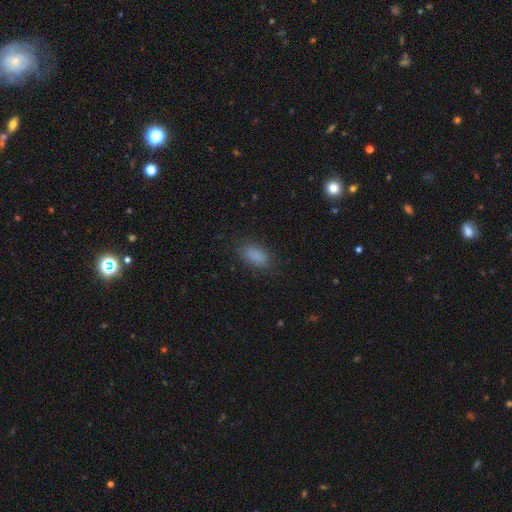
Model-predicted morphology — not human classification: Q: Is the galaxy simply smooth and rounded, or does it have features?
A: smooth — 87%.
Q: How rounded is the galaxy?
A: in between — 89%.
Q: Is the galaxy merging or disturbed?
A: none — 84%.